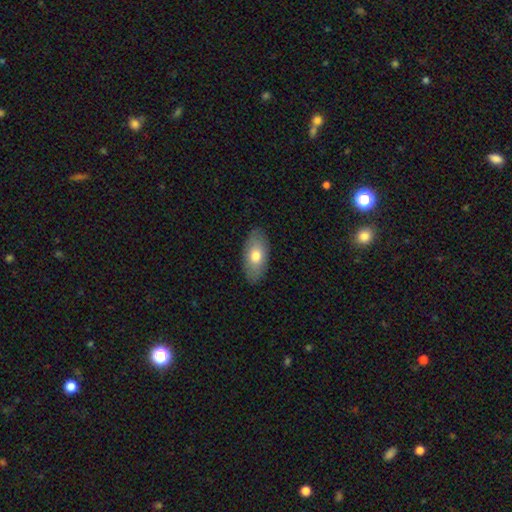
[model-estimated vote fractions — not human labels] Smooth or featured? Predicted: smooth (p=0.73). How rounded? Predicted: in between (p=0.92). Merging? Predicted: none (p=0.87).